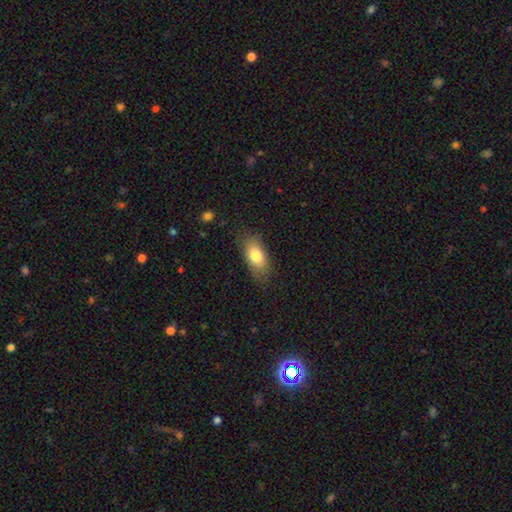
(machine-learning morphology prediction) This is likely a smooth galaxy (79%). How rounded: clearly in between (88%). Merging: likely none (78%).